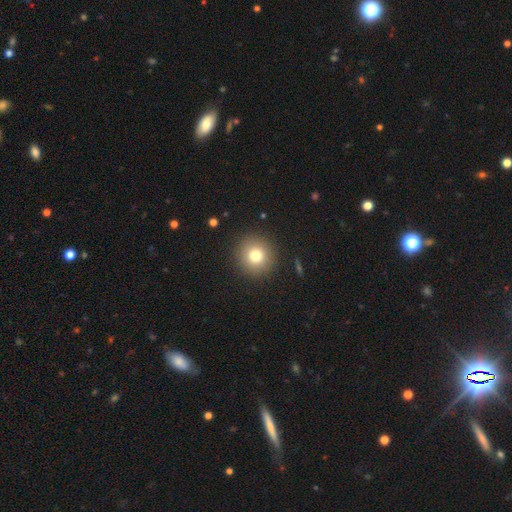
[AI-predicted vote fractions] Smooth or featured?
  - smooth: 77% *
  - star or artifact: 12%
  - featured or disk: 11%
How rounded?
  - round: 95% *
  - in between: 5%
  - cigar-shaped: 1%
Merging?
  - none: 91% *
  - minor disturbance: 6%
  - major disturbance: 2%
  - merger: 1%